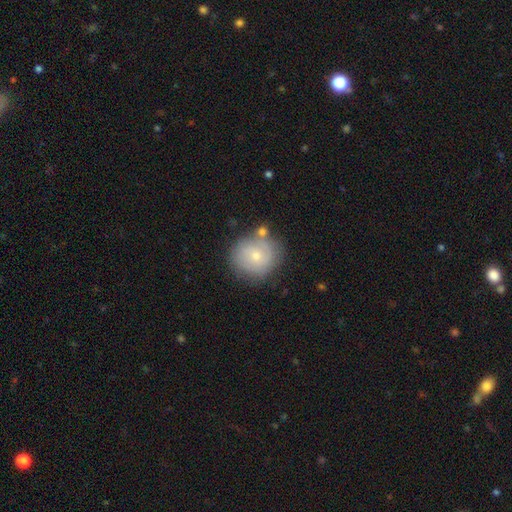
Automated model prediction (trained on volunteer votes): smooth_or_featured: smooth (p=0.56) [alt: featured or disk p=0.36]
how_rounded: round (p=0.90) [alt: in between p=0.09]
merging: none (p=0.70) [alt: minor disturbance p=0.16]